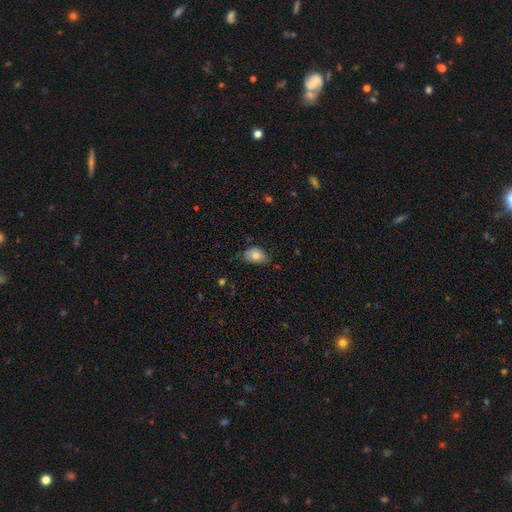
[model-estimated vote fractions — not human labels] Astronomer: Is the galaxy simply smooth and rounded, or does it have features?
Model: smooth — 77%.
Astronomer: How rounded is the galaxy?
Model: in between — 80%.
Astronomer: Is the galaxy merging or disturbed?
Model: none — 65%.